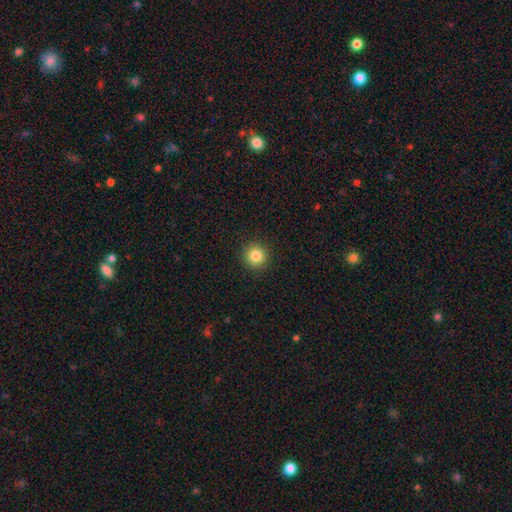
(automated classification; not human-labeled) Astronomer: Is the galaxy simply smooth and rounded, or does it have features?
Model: smooth — 84%.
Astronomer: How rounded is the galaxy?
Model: round — 94%.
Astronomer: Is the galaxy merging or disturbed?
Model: none — 92%.